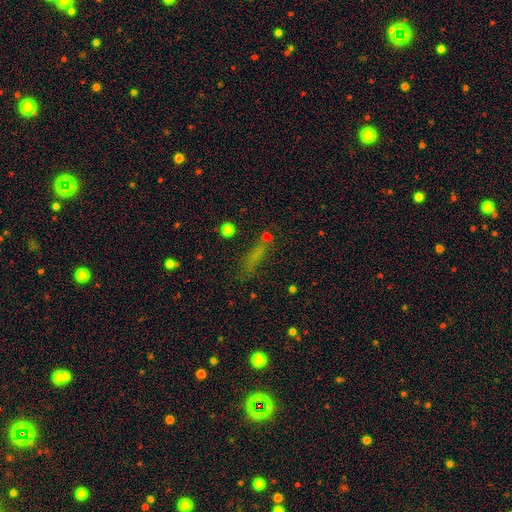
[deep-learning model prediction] smooth-or-featured: smooth: 57% | star or artifact: 26% | featured or disk: 17%
  how-rounded: cigar-shaped: 68% | in between: 24% | round: 7%
  merging: none: 63% | minor disturbance: 18% | major disturbance: 11% | merger: 8%